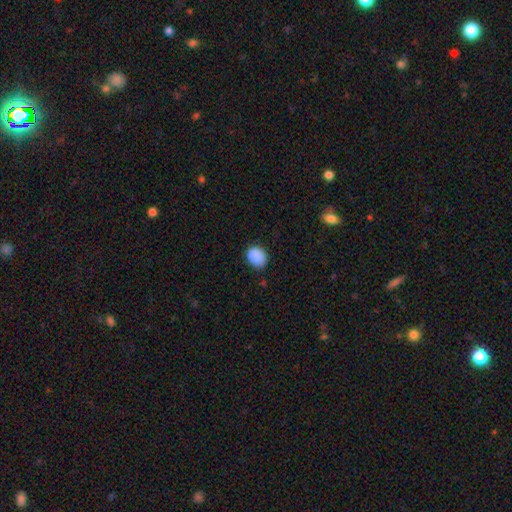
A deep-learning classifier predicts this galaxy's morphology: This is clearly a smooth galaxy (88%). How rounded: possibly round (59%). Merging: likely none (77%).